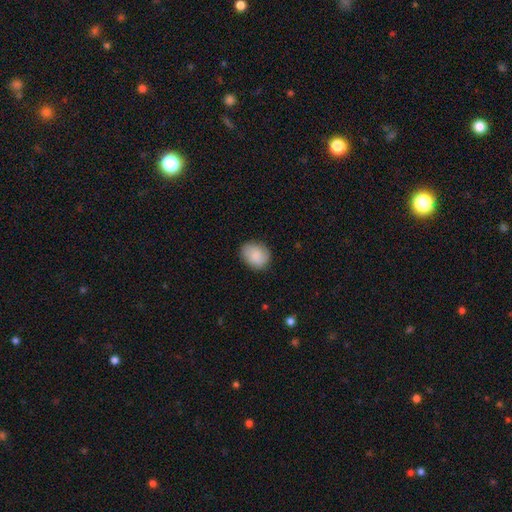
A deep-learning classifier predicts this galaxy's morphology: This is clearly a smooth galaxy (85%). How rounded: possibly in between (53%). Merging: clearly none (81%).